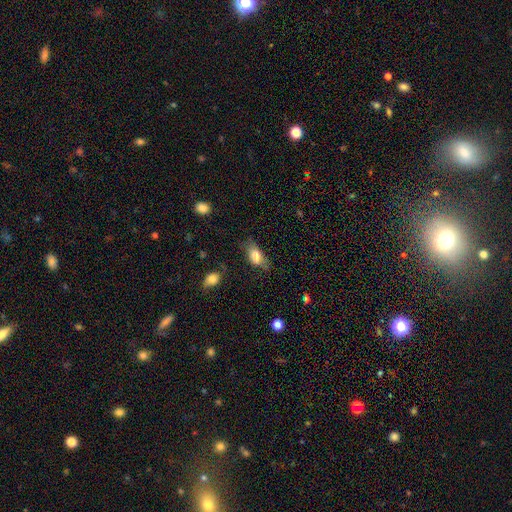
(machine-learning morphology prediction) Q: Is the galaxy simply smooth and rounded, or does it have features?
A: smooth — 77%.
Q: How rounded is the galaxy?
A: in between — 87%.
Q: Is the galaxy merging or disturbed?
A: none — 54%.